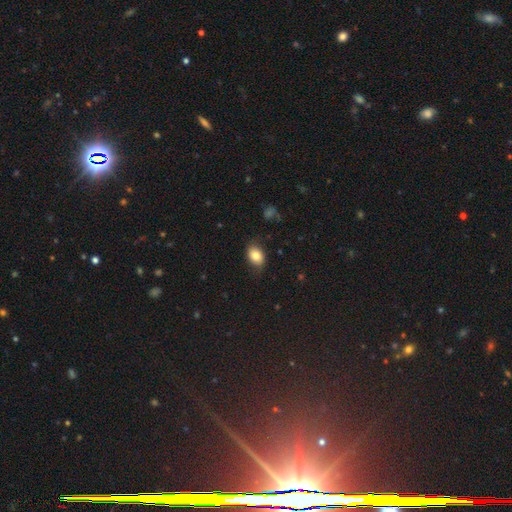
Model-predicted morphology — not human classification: Smooth or featured: smooth — 82% (featured or disk — 9%)
How rounded: in between — 79% (round — 20%)
Merging: none — 79% (minor disturbance — 16%)